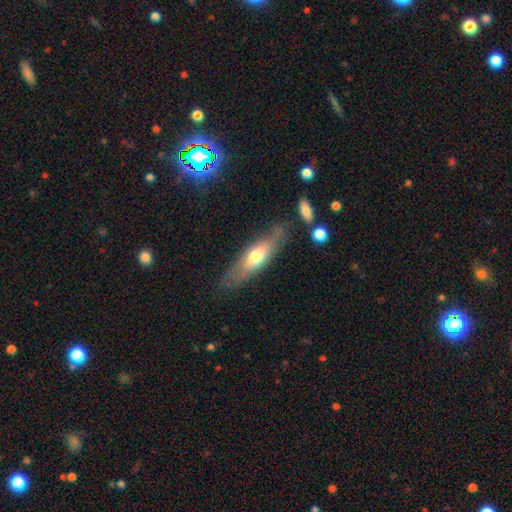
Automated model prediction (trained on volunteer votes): smooth_or_featured: smooth (p=0.51) [alt: featured or disk p=0.42]
how_rounded: cigar-shaped (p=0.55) [alt: in between p=0.43]
merging: none (p=0.67) [alt: minor disturbance p=0.20]